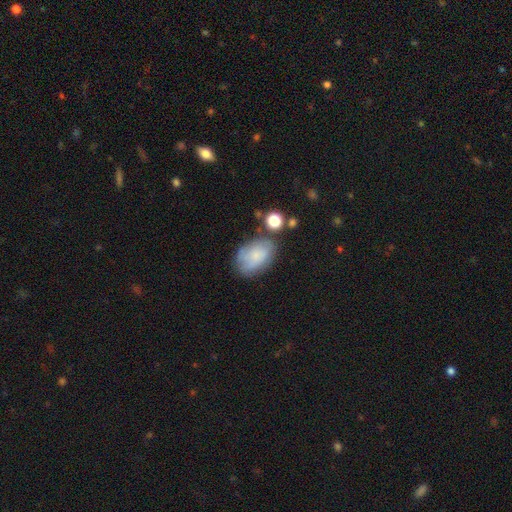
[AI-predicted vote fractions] This appears to be a smooth galaxy with no disk features (67%) that is in between round and cigar-shaped (87%). Merging: none (55%).